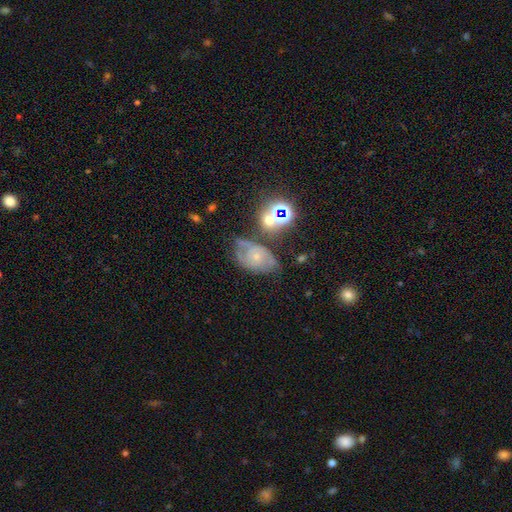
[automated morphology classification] featured or disk 54%, smooth 26%, star or artifact 20%. Down the decision tree: edge-on disk — no (95%); bar — no (80%); spiral arms — yes (75%); bulge size — small (69%); merging — none (45%).